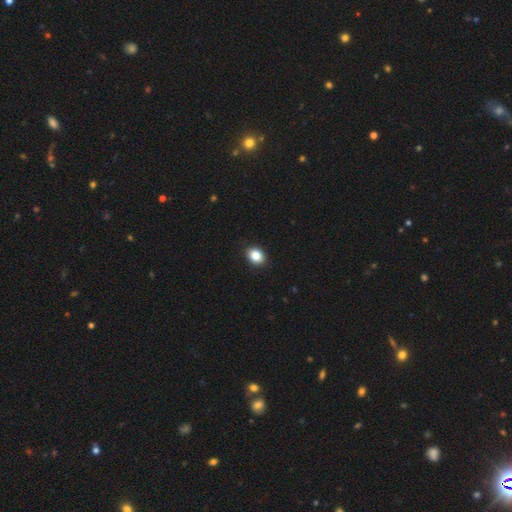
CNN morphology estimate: This appears to be a smooth galaxy with no disk features (84%) that is in between round and cigar-shaped (54%). Merging: none (90%).